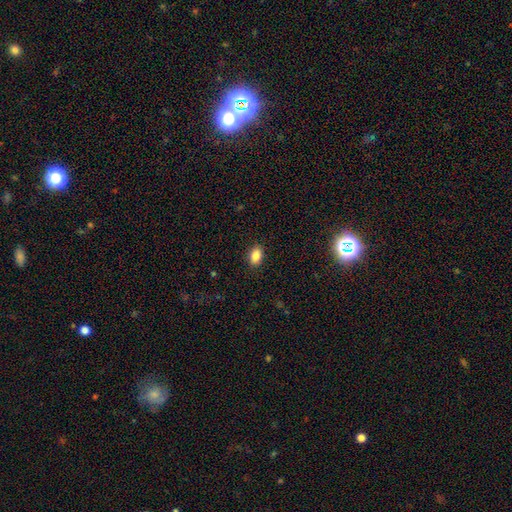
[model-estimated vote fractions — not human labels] The model was most divided on "how rounded": in between: 86%, round: 13%, cigar-shaped: 2%. More confident: merging — none (89%); smooth or featured — smooth (86%).